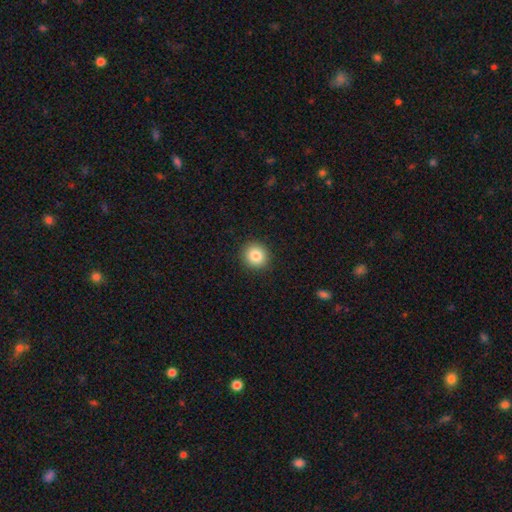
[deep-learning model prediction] Morphology: type=smooth (84%); roundness=round (90%); merging=none (92%).